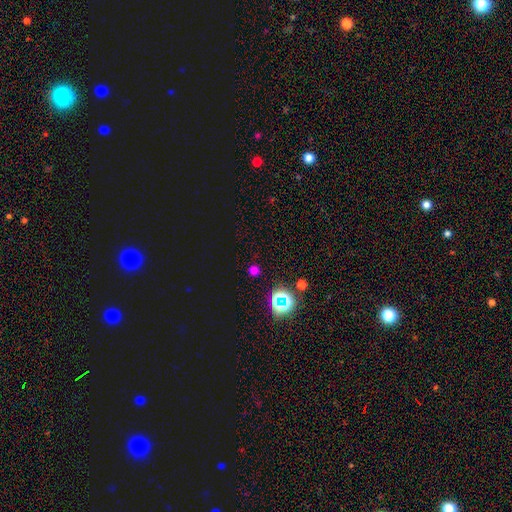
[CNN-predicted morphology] type=smooth (54%); roundness=round (90%); merging=none (88%).